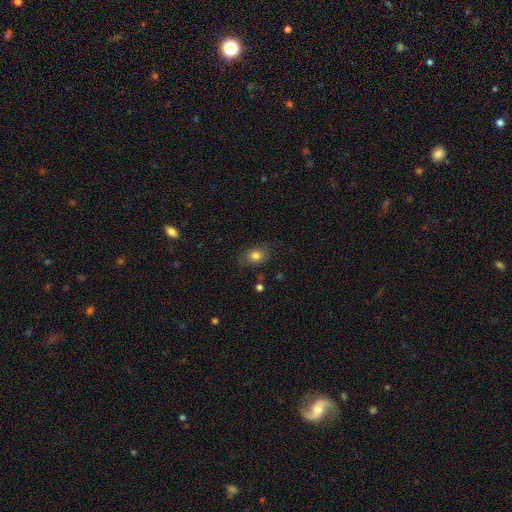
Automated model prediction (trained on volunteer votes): smooth-or-featured: smooth: 80% | star or artifact: 11% | featured or disk: 9%
  how-rounded: in between: 63% | round: 35% | cigar-shaped: 1%
  merging: none: 79% | minor disturbance: 15% | major disturbance: 4% | merger: 2%